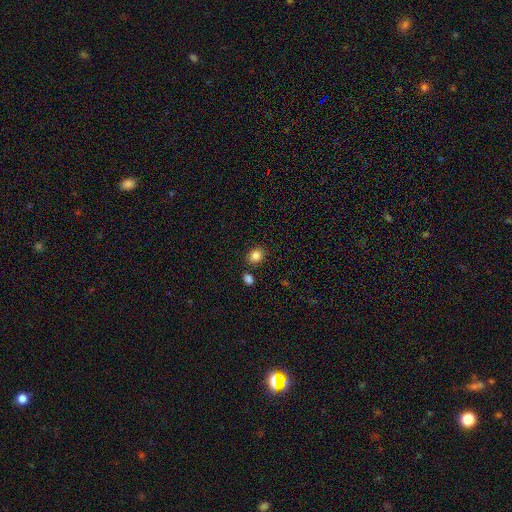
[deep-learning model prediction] The model was most divided on "how rounded": round: 53%, in between: 46%, cigar-shaped: 1%. More confident: smooth or featured — smooth (84%); merging — none (82%).